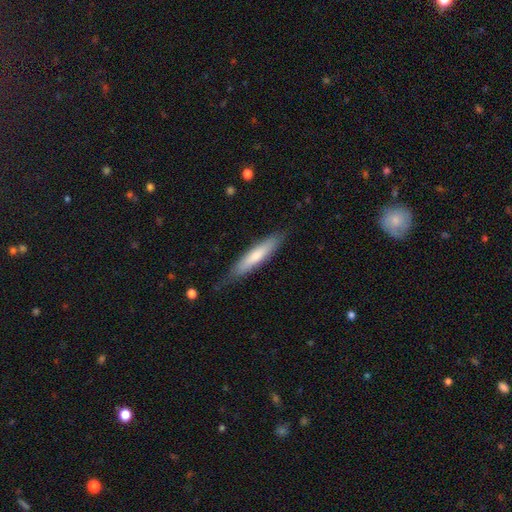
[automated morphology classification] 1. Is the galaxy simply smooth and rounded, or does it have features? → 65% smooth, 29% featured or disk, 5% star or artifact.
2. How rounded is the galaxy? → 85% cigar-shaped, 14% in between, 1% round.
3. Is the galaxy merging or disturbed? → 78% none, 17% minor disturbance, 3% major disturbance, 1% merger.